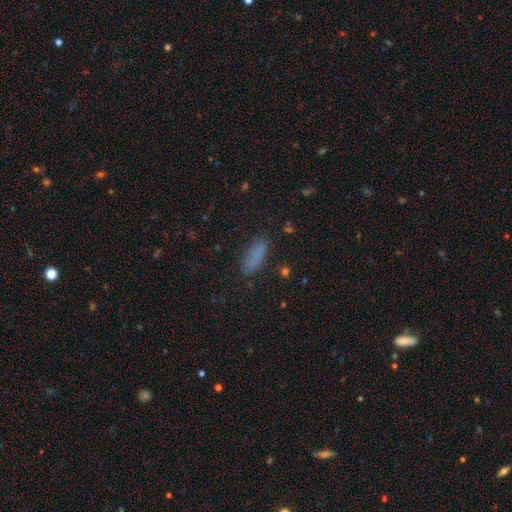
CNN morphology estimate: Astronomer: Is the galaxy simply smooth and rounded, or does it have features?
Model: smooth — 83%.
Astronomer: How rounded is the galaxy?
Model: in between — 51% (runner-up: cigar-shaped, 46%).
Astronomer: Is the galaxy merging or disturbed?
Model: none — 82%.